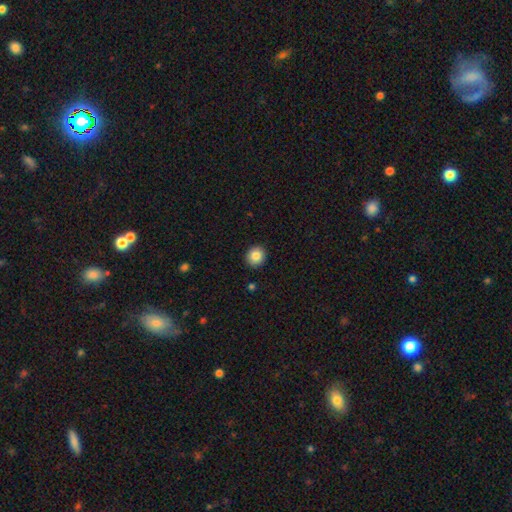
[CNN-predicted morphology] This is clearly a smooth galaxy (85%). How rounded: clearly round (88%). Merging: clearly none (91%).